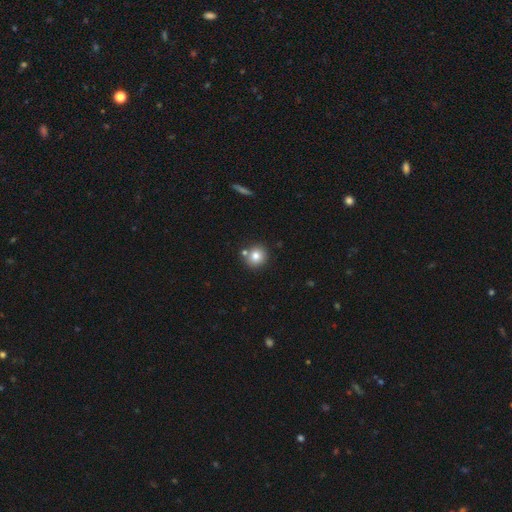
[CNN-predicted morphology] A smooth galaxy with no disk features (79%) that is round (90%).

Vote fractions:
- Smooth or featured? smooth: 79% / star or artifact: 11% / featured or disk: 10%
- How rounded? round: 90% / in between: 9% / cigar-shaped: 1%
- Merging? none: 76% / merger: 13% / minor disturbance: 9% / major disturbance: 2%